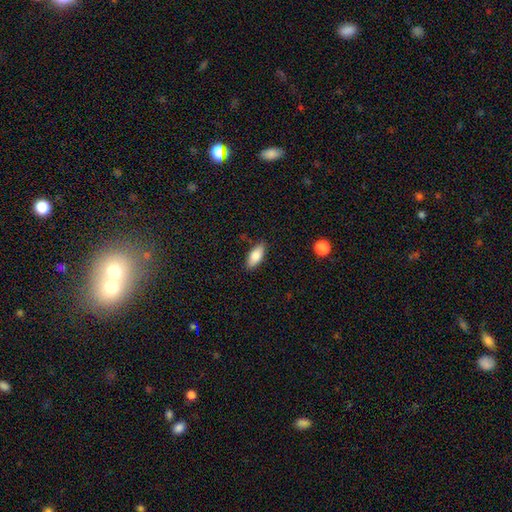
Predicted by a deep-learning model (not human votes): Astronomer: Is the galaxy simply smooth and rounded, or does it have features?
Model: smooth — 80%.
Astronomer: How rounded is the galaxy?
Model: in between — 83%.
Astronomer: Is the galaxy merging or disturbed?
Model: none — 84%.